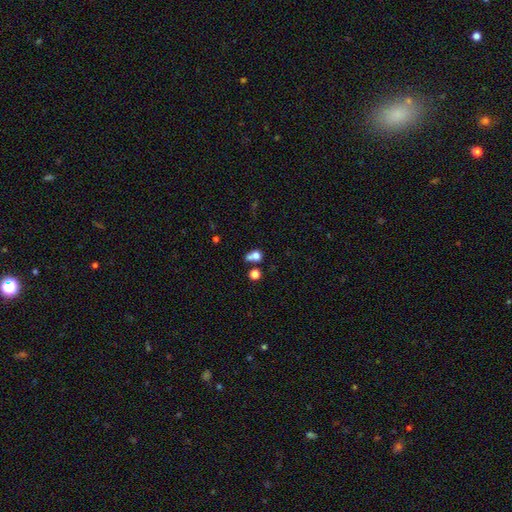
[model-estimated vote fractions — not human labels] Q: Smooth or featured?
A: smooth (72%); runner-up: featured or disk (14%)
Q: How rounded?
A: round (66%); runner-up: in between (32%)
Q: Merging?
A: merger (48%); runner-up: none (34%)